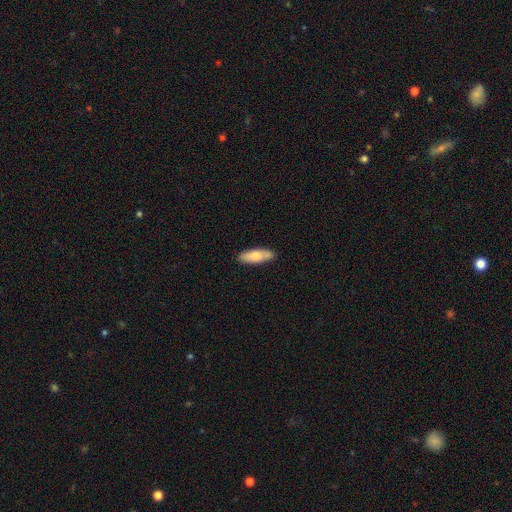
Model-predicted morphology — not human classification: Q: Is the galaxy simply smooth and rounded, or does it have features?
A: smooth — 74%.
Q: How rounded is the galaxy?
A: in between — 60%.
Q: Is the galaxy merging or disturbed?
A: none — 85%.